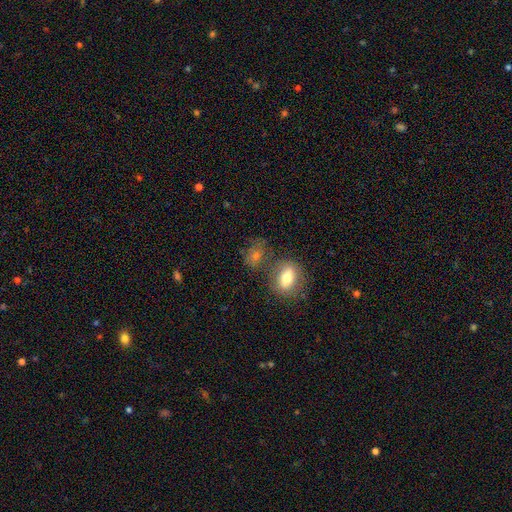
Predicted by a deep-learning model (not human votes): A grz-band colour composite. It shows a smooth galaxy with no disk features (65%) that is in between round and cigar-shaped (59%). Merging: none (57%).